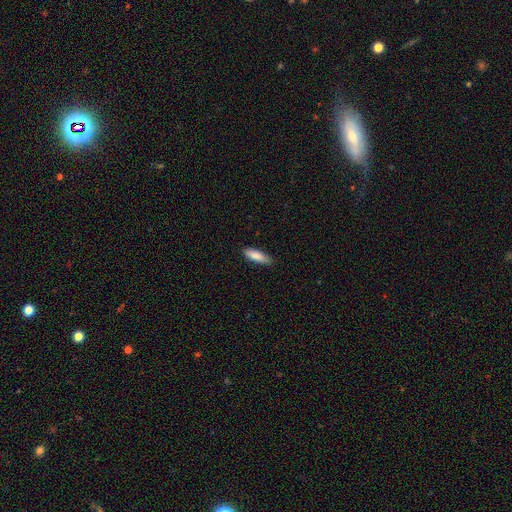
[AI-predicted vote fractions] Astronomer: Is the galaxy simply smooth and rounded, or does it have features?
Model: smooth — 85%.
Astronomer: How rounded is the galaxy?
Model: cigar-shaped — 53% (runner-up: in between, 46%).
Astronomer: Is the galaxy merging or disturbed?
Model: none — 83%.